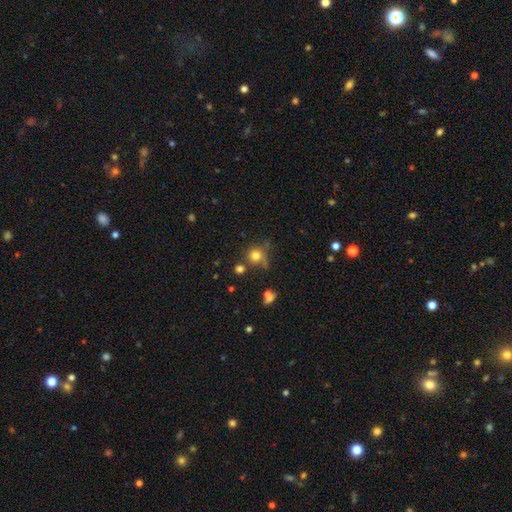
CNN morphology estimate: type=smooth (78%); roundness=round (90%); merging=none (64%).